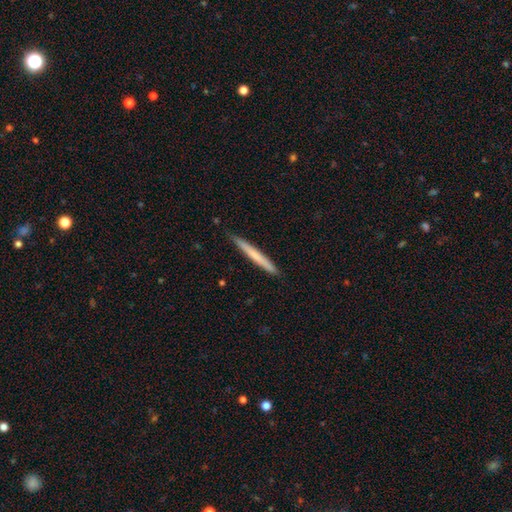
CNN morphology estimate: smooth_or_featured: smooth (p=0.62) [alt: featured or disk p=0.33]
how_rounded: cigar-shaped (p=0.97) [alt: in between p=0.02]
merging: none (p=0.89) [alt: minor disturbance p=0.09]